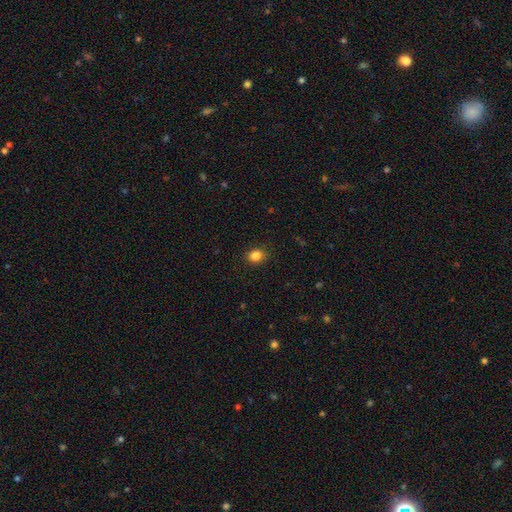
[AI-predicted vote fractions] A smooth galaxy with no disk features (85%) that is round (67%).

Vote fractions:
- Smooth or featured? smooth: 85% / star or artifact: 11% / featured or disk: 4%
- How rounded? round: 67% / in between: 32% / cigar-shaped: 1%
- Merging? none: 88% / minor disturbance: 8% / major disturbance: 2% / merger: 1%